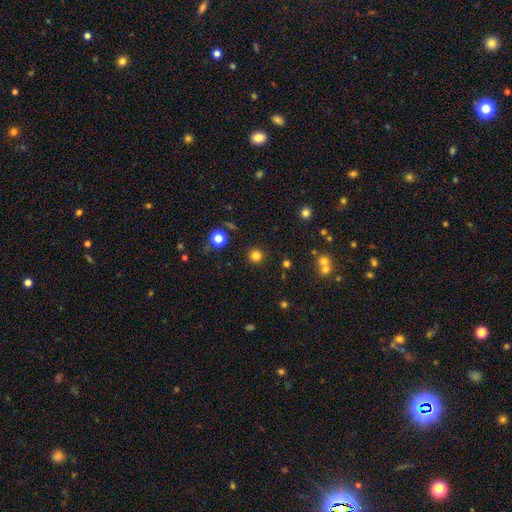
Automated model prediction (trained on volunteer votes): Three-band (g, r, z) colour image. It shows a smooth galaxy with no disk features (81%) that is round (95%). Merging: none (90%).